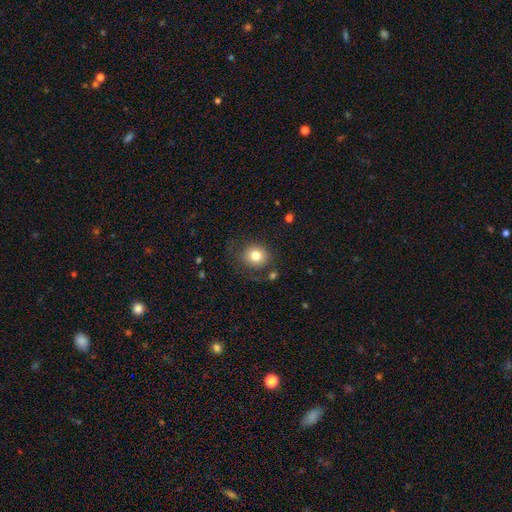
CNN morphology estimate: smooth_or_featured: smooth (p=0.80) [alt: featured or disk p=0.10]
how_rounded: round (p=0.81) [alt: in between p=0.18]
merging: none (p=0.75) [alt: minor disturbance p=0.14]